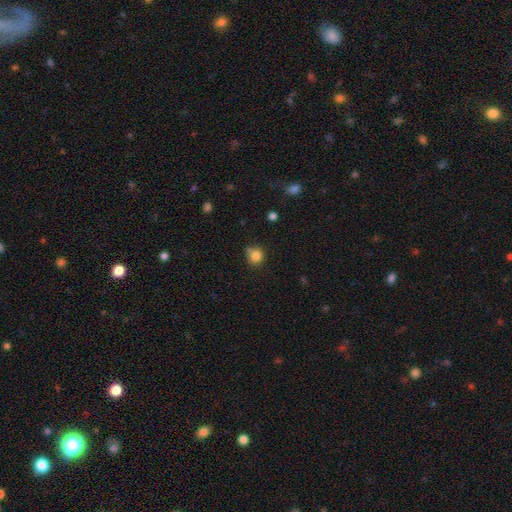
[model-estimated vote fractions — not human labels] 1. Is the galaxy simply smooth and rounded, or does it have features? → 82% smooth, 11% star or artifact, 6% featured or disk.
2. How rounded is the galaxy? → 84% round, 15% in between, 1% cigar-shaped.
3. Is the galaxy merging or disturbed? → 62% none, 23% minor disturbance, 10% merger, 6% major disturbance.